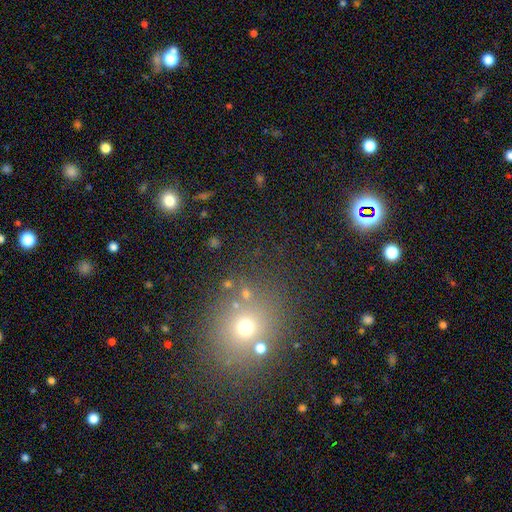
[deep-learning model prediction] smooth_or_featured: smooth (p=0.47) [alt: star or artifact p=0.41]
merging: none (p=0.78) [alt: minor disturbance p=0.09]